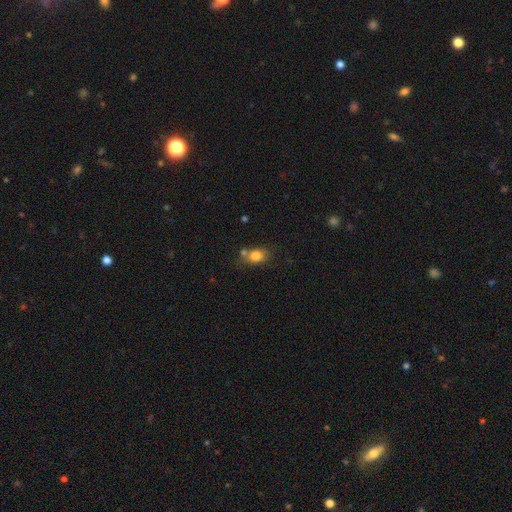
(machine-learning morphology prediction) smooth-or-featured: smooth: 81% | star or artifact: 10% | featured or disk: 9%
  how-rounded: in between: 62% | round: 36% | cigar-shaped: 2%
  merging: none: 57% | merger: 20% | minor disturbance: 18% | major disturbance: 6%